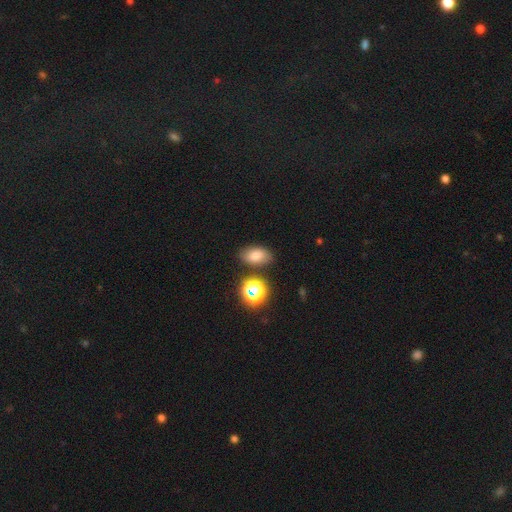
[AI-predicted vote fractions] Q: Smooth or featured?
A: smooth (75%); runner-up: star or artifact (14%)
Q: How rounded?
A: in between (87%); runner-up: round (11%)
Q: Merging?
A: none (79%); runner-up: minor disturbance (13%)